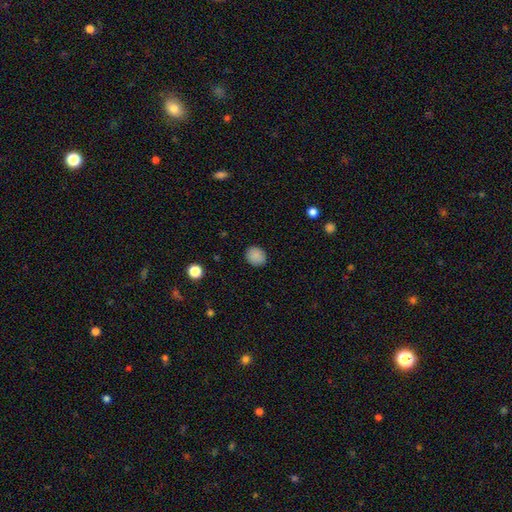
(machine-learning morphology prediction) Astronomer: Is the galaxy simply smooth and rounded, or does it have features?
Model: smooth — 87%.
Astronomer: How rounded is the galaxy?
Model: round — 71%.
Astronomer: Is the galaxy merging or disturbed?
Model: none — 89%.